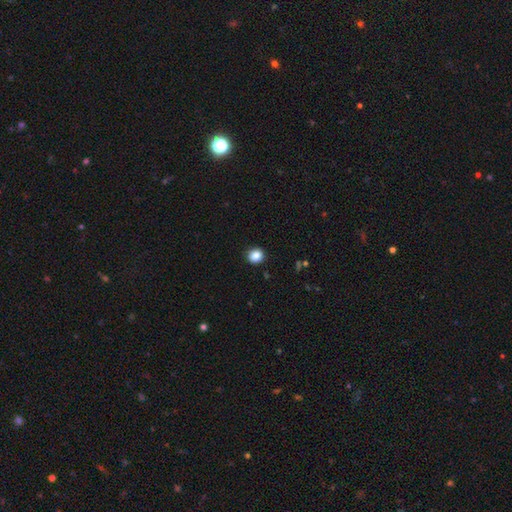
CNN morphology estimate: Smooth or featured: smooth — 87% (star or artifact — 10%)
How rounded: round — 81% (in between — 18%)
Merging: none — 91% (minor disturbance — 6%)